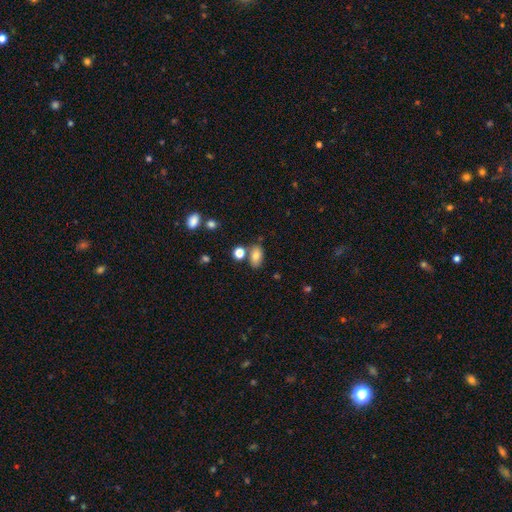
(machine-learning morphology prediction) Smooth or featured?
  - smooth: 80% *
  - star or artifact: 11%
  - featured or disk: 10%
How rounded?
  - in between: 86% *
  - round: 12%
  - cigar-shaped: 2%
Merging?
  - none: 71% *
  - merger: 13%
  - minor disturbance: 12%
  - major disturbance: 4%